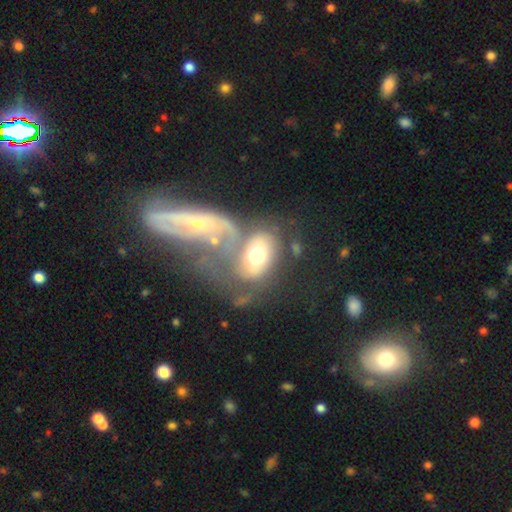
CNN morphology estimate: smooth_or_featured: featured or disk (p=0.48) [alt: smooth p=0.43]
merging: merger (p=0.49) [alt: major disturbance p=0.20]